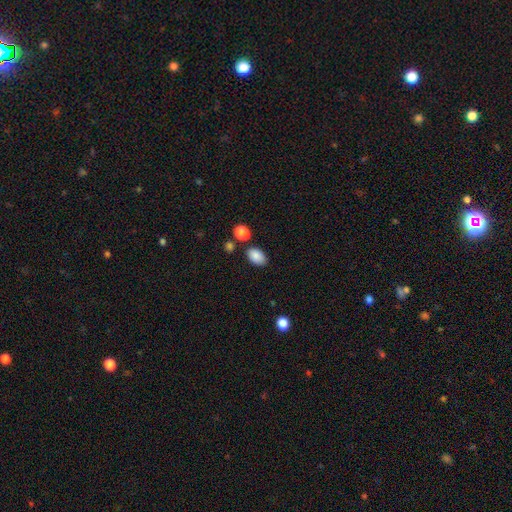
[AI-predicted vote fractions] Smooth or featured? smooth (86%)
How rounded? in between (88%)
Merging? none (76%)